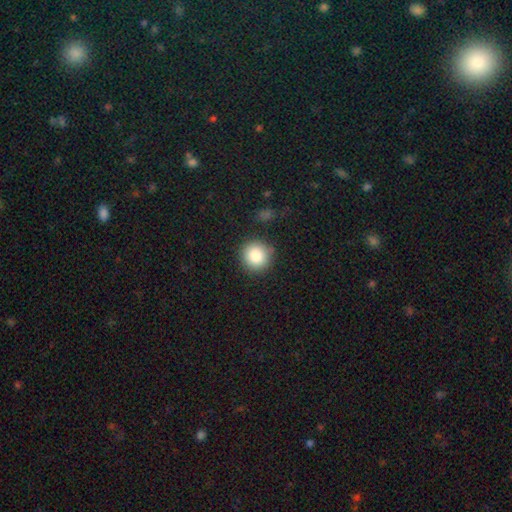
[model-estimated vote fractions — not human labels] smooth-or-featured: smooth: 86% | star or artifact: 9% | featured or disk: 5%
  how-rounded: round: 94% | in between: 5% | cigar-shaped: 1%
  merging: none: 87% | minor disturbance: 9% | major disturbance: 3% | merger: 2%